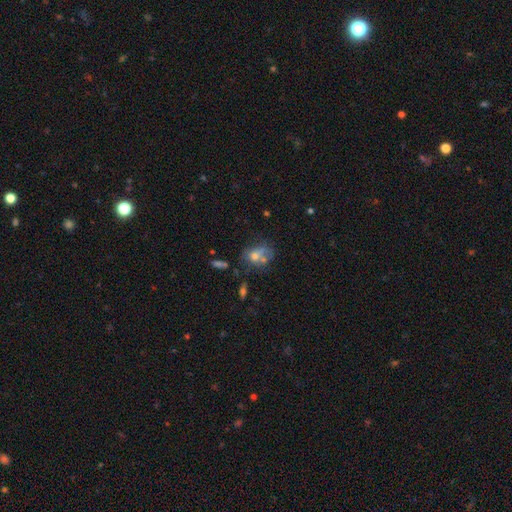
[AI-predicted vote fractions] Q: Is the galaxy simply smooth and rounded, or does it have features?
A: smooth — 54%.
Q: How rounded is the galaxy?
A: in between — 58%.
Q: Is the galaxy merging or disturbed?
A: none — 38%.